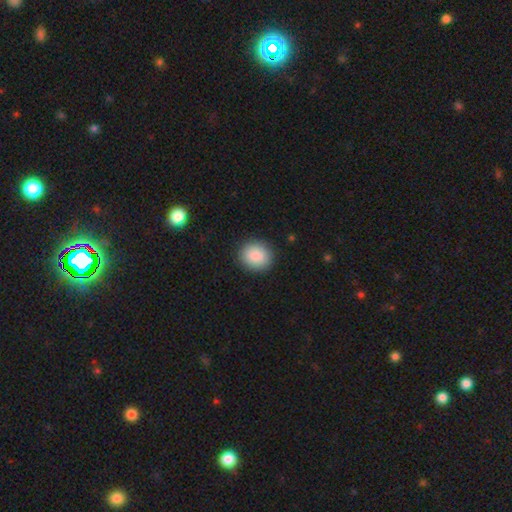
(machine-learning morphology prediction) smooth-or-featured: smooth: 89% | star or artifact: 7% | featured or disk: 4%
  how-rounded: round: 82% | in between: 17% | cigar-shaped: 1%
  merging: none: 91% | minor disturbance: 6% | major disturbance: 2% | merger: 1%